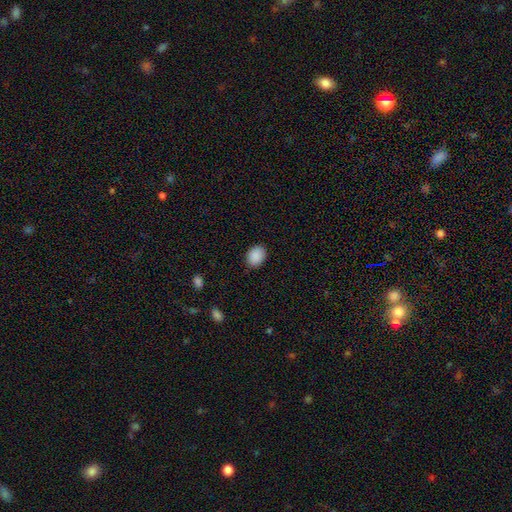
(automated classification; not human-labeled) smooth 90%, star or artifact 8%, featured or disk 3%. Down the decision tree: how rounded — in between (70%); merging — none (86%).